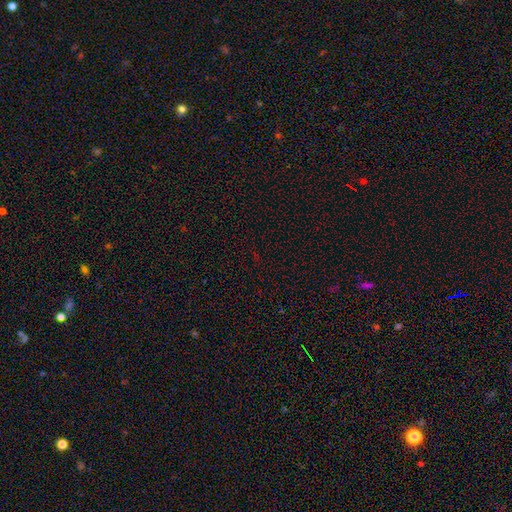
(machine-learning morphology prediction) Q: Smooth or featured?
A: star or artifact (71%); runner-up: smooth (21%)